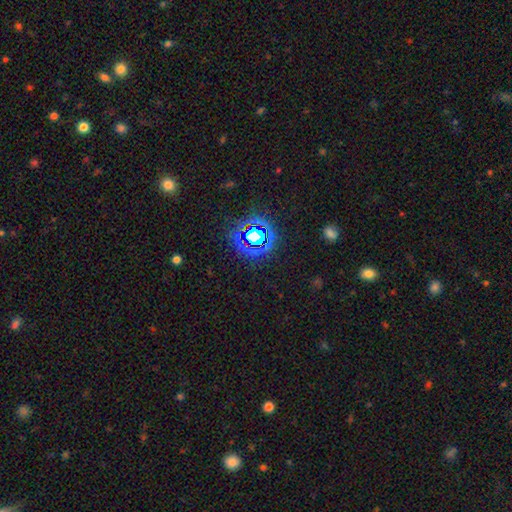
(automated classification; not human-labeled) Q: Smooth or featured?
A: star or artifact (68%); runner-up: smooth (25%)